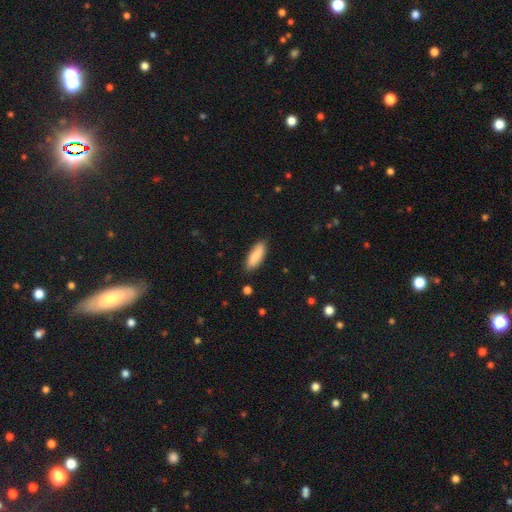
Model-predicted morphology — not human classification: Q: Smooth or featured?
A: smooth (86%); runner-up: featured or disk (9%)
Q: How rounded?
A: in between (63%); runner-up: cigar-shaped (35%)
Q: Merging?
A: none (86%); runner-up: minor disturbance (11%)